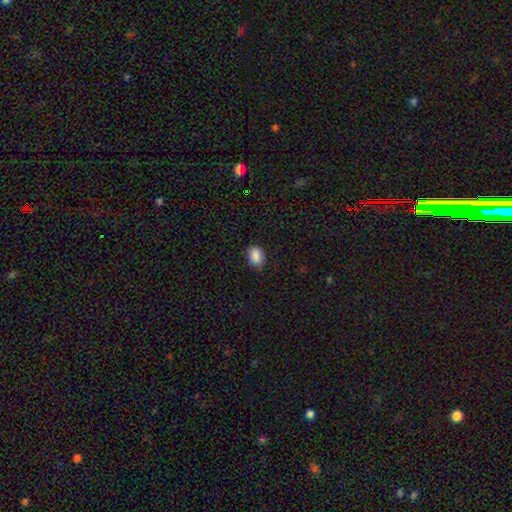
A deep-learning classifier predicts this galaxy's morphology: Smooth or featured? Predicted: smooth (p=0.88). How rounded? Predicted: in between (p=0.77). Merging? Predicted: none (p=0.83).